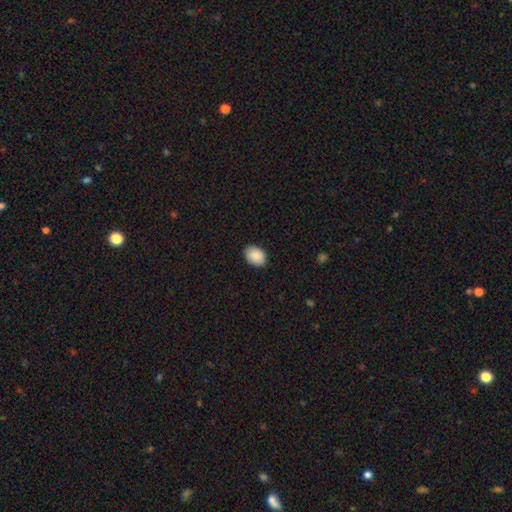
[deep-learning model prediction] Smooth or featured? Predicted: smooth (p=0.90). How rounded? Predicted: in between (p=0.74). Merging? Predicted: none (p=0.89).